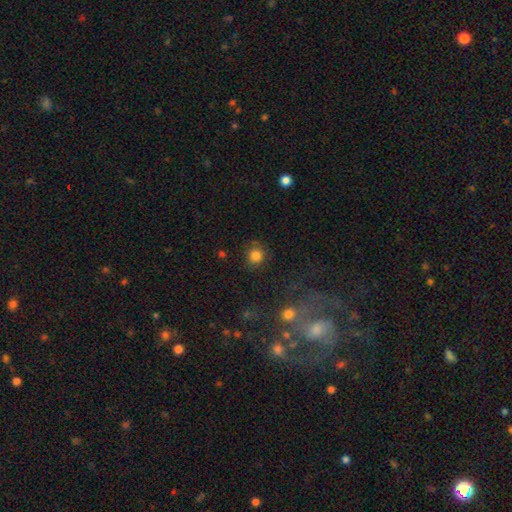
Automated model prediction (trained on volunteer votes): smooth-or-featured: smooth: 81% | star or artifact: 13% | featured or disk: 6%
  how-rounded: round: 90% | in between: 9% | cigar-shaped: 1%
  merging: none: 80% | minor disturbance: 13% | major disturbance: 5% | merger: 2%